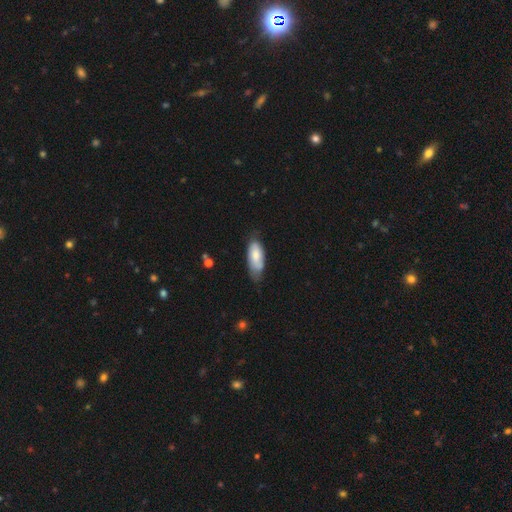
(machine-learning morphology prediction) This is likely a smooth galaxy (71%). How rounded: clearly in between (83%). Merging: possibly none (50%).